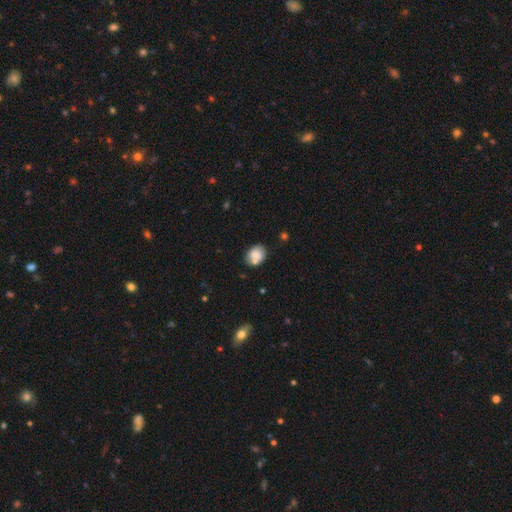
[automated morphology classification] Q: Smooth or featured?
A: smooth (76%); runner-up: featured or disk (15%)
Q: How rounded?
A: in between (55%); runner-up: round (44%)
Q: Merging?
A: none (58%); runner-up: merger (21%)